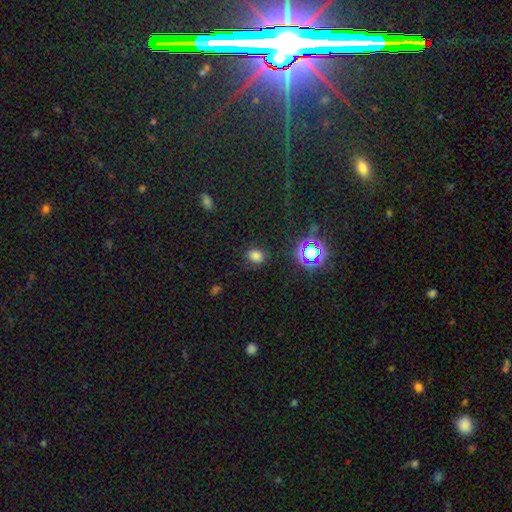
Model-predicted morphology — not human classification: smooth_or_featured: smooth (p=0.71) [alt: star or artifact p=0.24]
how_rounded: in between (p=0.54) [alt: round p=0.45]
merging: none (p=0.80) [alt: minor disturbance p=0.13]